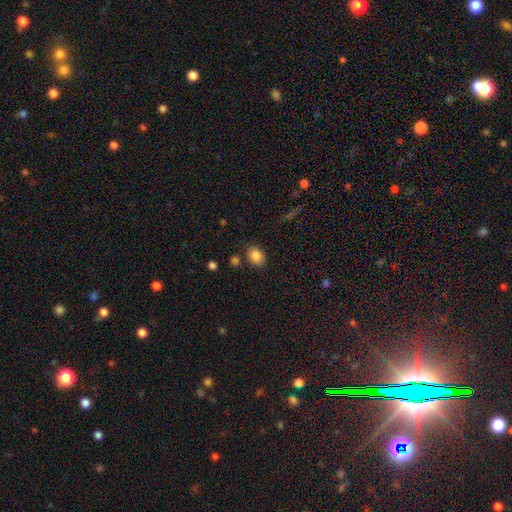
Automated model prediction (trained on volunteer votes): This appears to be a smooth galaxy with no disk features (86%) that is in between round and cigar-shaped (63%). Merging: none (80%).